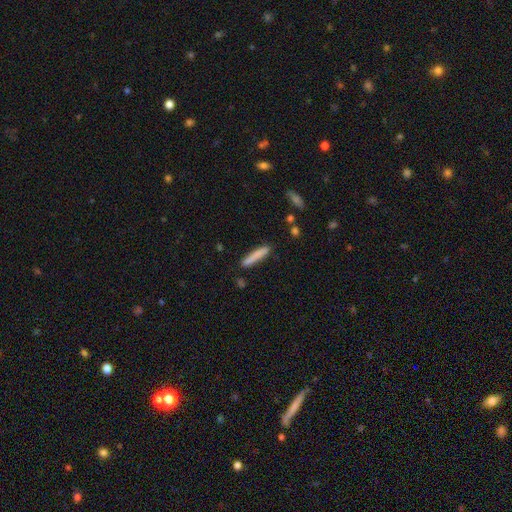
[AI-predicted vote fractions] Smooth or featured? smooth (81%)
How rounded? cigar-shaped (93%)
Merging? none (86%)